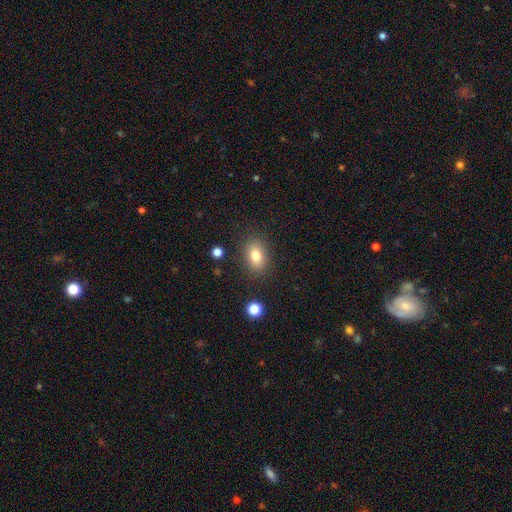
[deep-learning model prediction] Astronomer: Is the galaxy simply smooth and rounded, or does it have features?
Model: smooth — 79%.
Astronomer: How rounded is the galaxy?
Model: in between — 74%.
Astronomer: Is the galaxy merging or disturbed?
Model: none — 85%.